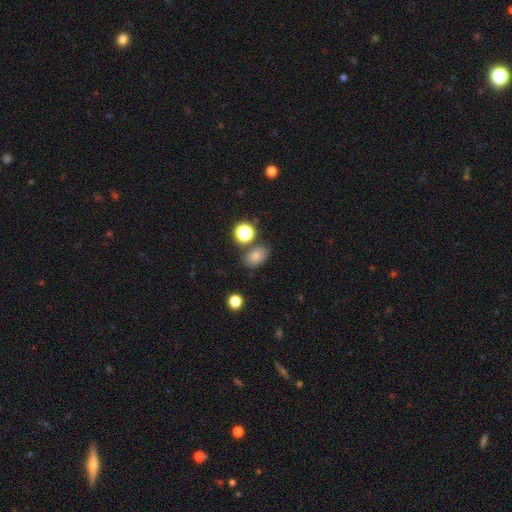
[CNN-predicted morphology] smooth_or_featured: smooth (p=0.78) [alt: star or artifact p=0.14]
how_rounded: in between (p=0.80) [alt: round p=0.18]
merging: none (p=0.74) [alt: minor disturbance p=0.13]